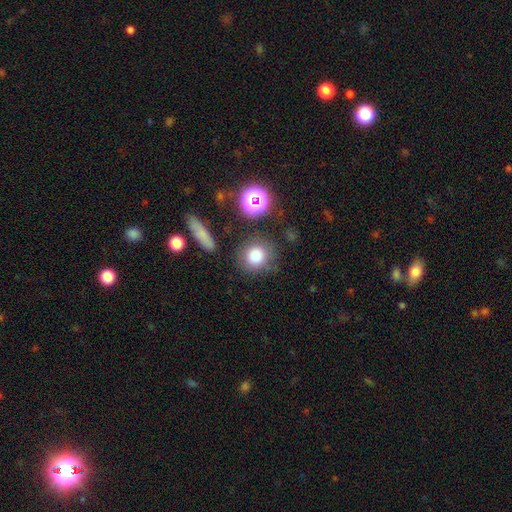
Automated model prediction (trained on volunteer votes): This appears to be a smooth galaxy with no disk features (79%) that is round (86%). Merging: none (77%).